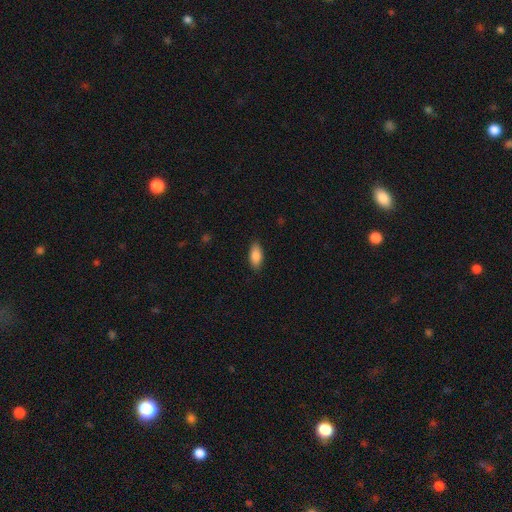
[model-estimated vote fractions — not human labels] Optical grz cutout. It shows a smooth galaxy with no disk features (87%) that is in between round and cigar-shaped (90%). Merging: none (87%).